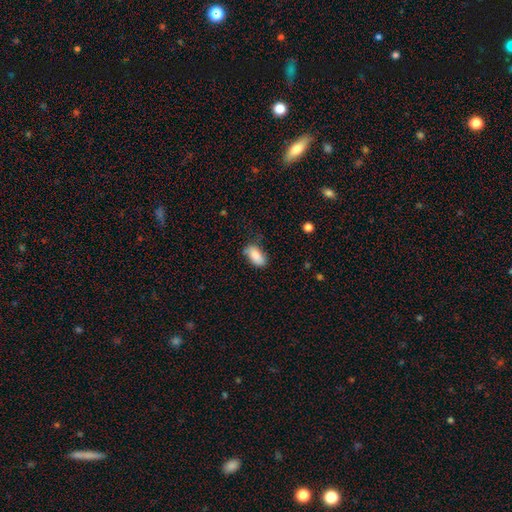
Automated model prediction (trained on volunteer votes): Q: Smooth or featured?
A: smooth (86%); runner-up: featured or disk (7%)
Q: How rounded?
A: in between (91%); runner-up: cigar-shaped (6%)
Q: Merging?
A: none (67%); runner-up: minor disturbance (25%)